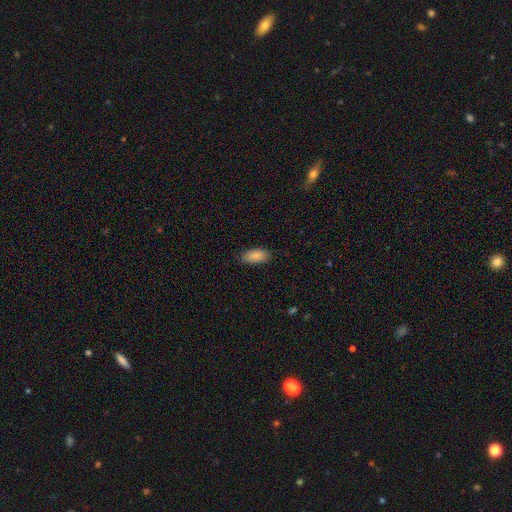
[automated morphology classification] This appears to be a smooth galaxy with no disk features (87%) that is in between round and cigar-shaped (90%). Merging: none (86%).